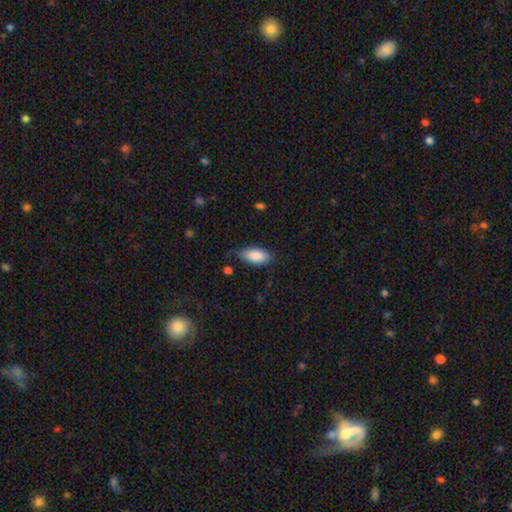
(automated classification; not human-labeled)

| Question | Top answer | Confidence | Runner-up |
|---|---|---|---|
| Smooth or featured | smooth | 87% | featured or disk (7%) |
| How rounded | in between | 90% | cigar-shaped (8%) |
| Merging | none | 72% | minor disturbance (22%) |